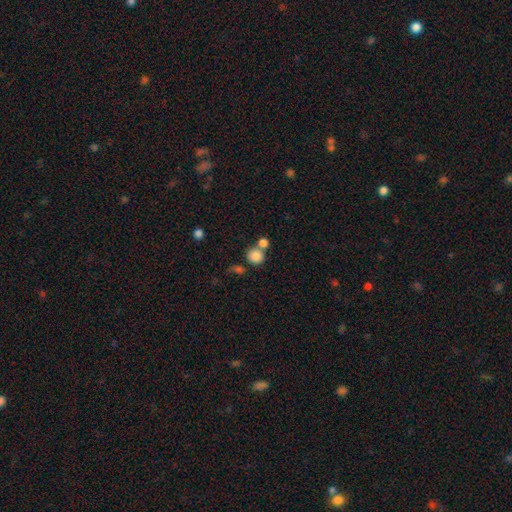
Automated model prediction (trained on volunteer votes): Q: Smooth or featured?
A: smooth (84%); runner-up: star or artifact (10%)
Q: How rounded?
A: round (86%); runner-up: in between (13%)
Q: Merging?
A: none (51%); runner-up: merger (36%)